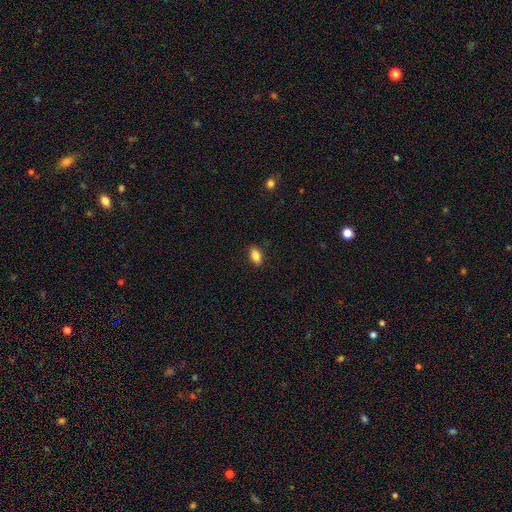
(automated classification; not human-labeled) smooth 86%, star or artifact 8%, featured or disk 6%. Down the decision tree: how rounded — in between (90%); merging — none (88%).